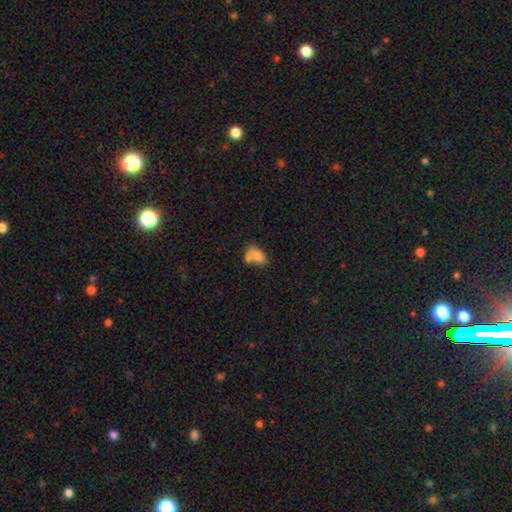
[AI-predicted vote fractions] Smooth or featured? Predicted: smooth (p=0.76). How rounded? Predicted: in between (p=0.87). Merging? Predicted: merger (p=0.42).